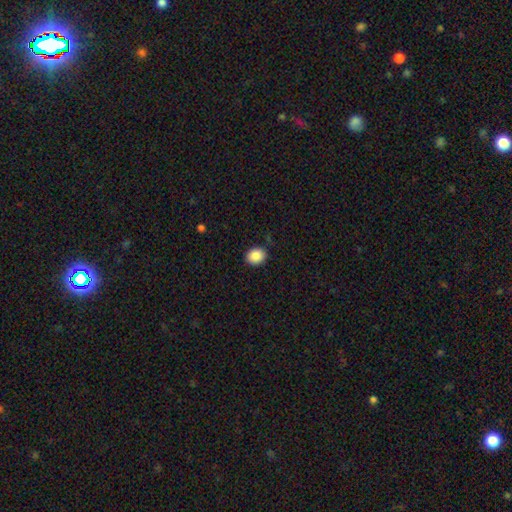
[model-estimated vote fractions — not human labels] A smooth galaxy with no disk features (88%) that is round (57%). Merging: none (87%).